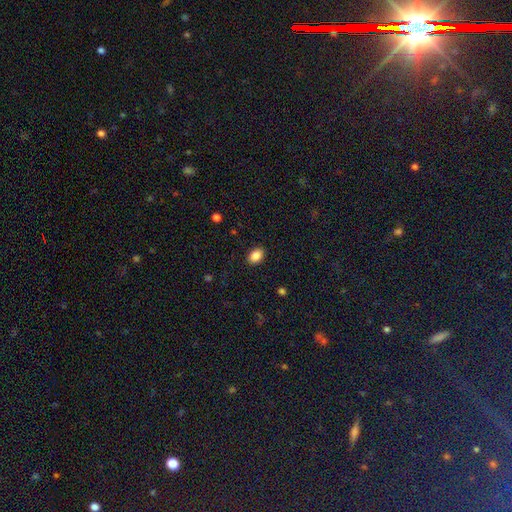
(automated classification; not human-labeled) Q: Smooth or featured?
A: smooth (87%); runner-up: star or artifact (9%)
Q: How rounded?
A: in between (76%); runner-up: round (23%)
Q: Merging?
A: none (90%); runner-up: minor disturbance (7%)